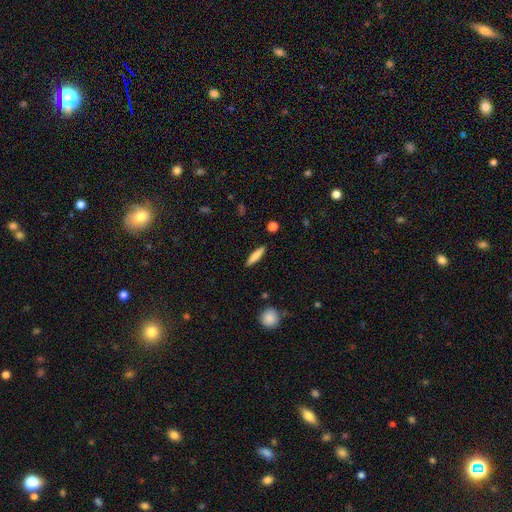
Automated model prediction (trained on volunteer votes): This is likely a smooth galaxy (79%). How rounded: clearly cigar-shaped (82%). Merging: clearly none (90%).